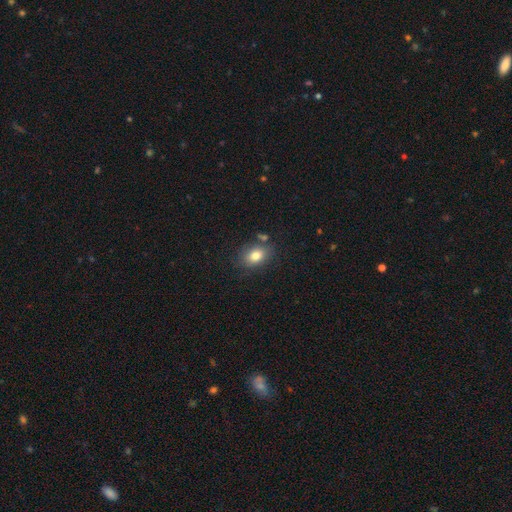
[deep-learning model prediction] This is clearly a smooth galaxy (80%). How rounded: likely in between (71%). Merging: likely none (74%).